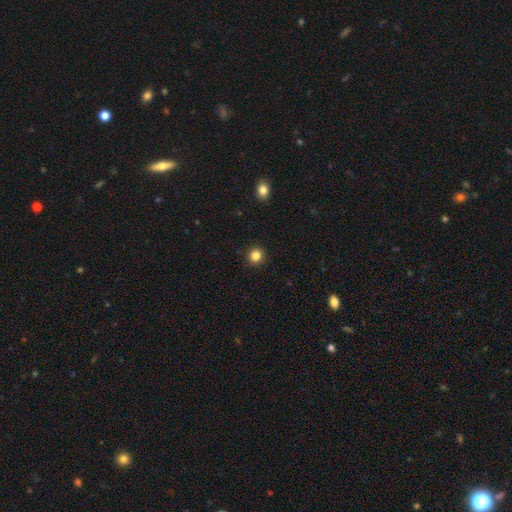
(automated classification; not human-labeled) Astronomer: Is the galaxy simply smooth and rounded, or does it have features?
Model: smooth — 84%.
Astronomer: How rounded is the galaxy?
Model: round — 87%.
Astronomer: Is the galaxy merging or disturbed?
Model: none — 92%.